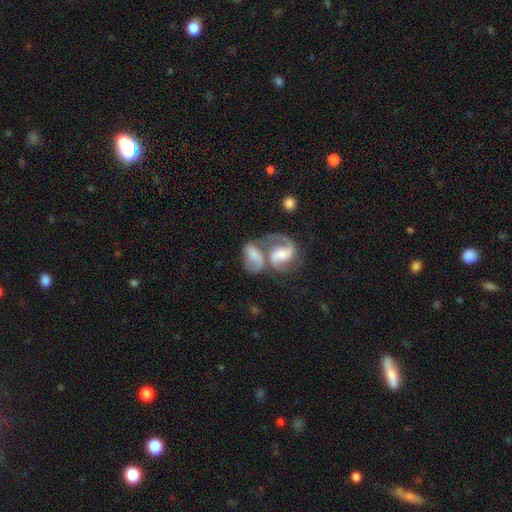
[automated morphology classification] smooth_or_featured: featured or disk (p=0.77) [alt: smooth p=0.15]
disk_edge_on: no (p=0.96) [alt: yes p=0.04]
bar: weak (p=0.45) [alt: no p=0.33]
has_spiral_arms: yes (p=0.93) [alt: no p=0.07]
spiral_winding: medium (p=0.52) [alt: loose p=0.27]
spiral_arm_count: 2 (p=0.81) [alt: 1 p=0.08]
bulge_size: moderate (p=0.48) [alt: small p=0.35]
merging: merger (p=0.68) [alt: none p=0.18]